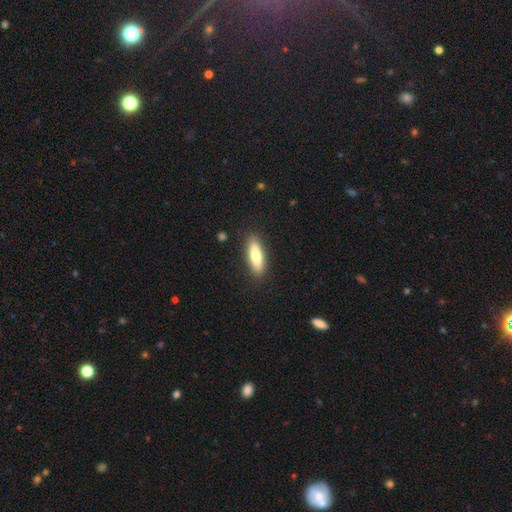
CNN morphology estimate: Q: Smooth or featured?
A: smooth (74%); runner-up: featured or disk (20%)
Q: How rounded?
A: cigar-shaped (52%); runner-up: in between (46%)
Q: Merging?
A: none (87%); runner-up: minor disturbance (9%)